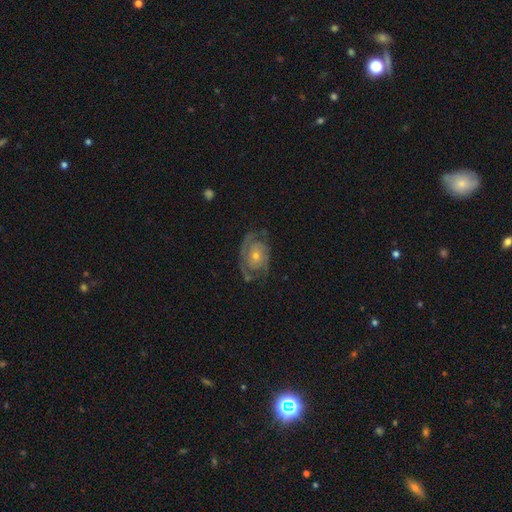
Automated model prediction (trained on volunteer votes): This appears to be a featured or disk galaxy (84%) with no bar (79%), 2 (59%) tight (57%) spiral arms (92%) and a small central bulge (58%). Merging: none (67%).